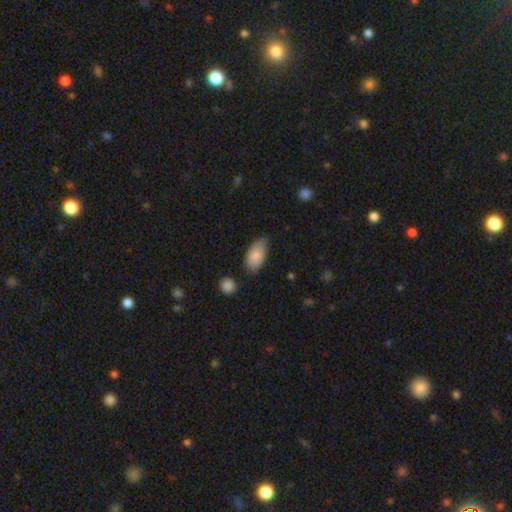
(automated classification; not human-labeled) Morphology: type=smooth (85%); roundness=in between (93%); merging=none (67%).